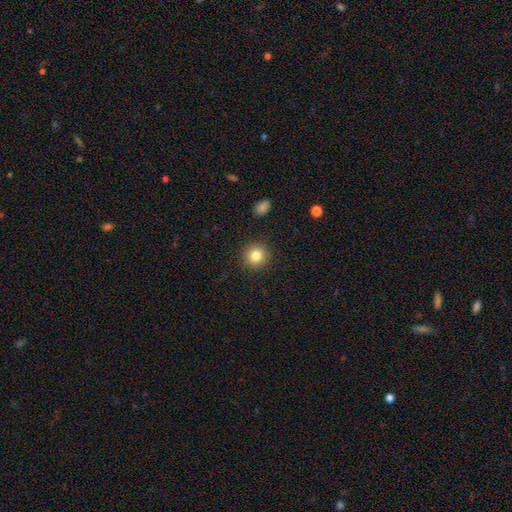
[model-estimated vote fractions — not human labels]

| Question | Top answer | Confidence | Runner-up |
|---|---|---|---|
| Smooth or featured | smooth | 82% | star or artifact (11%) |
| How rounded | round | 92% | in between (7%) |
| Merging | none | 91% | minor disturbance (6%) |